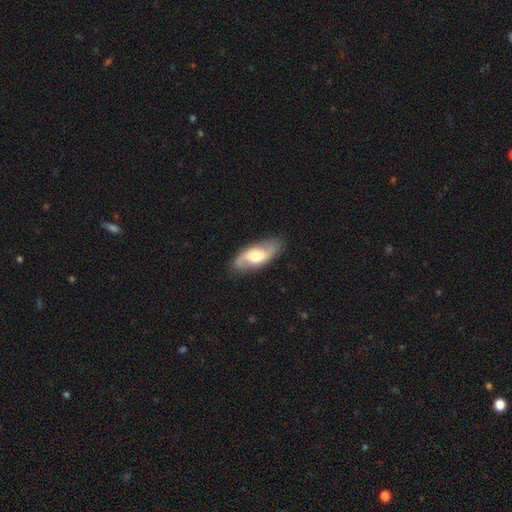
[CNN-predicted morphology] This is possibly a featured or disk galaxy (58%). It is clearly not viewed edge-on (85%). Merging: clearly none (83%).